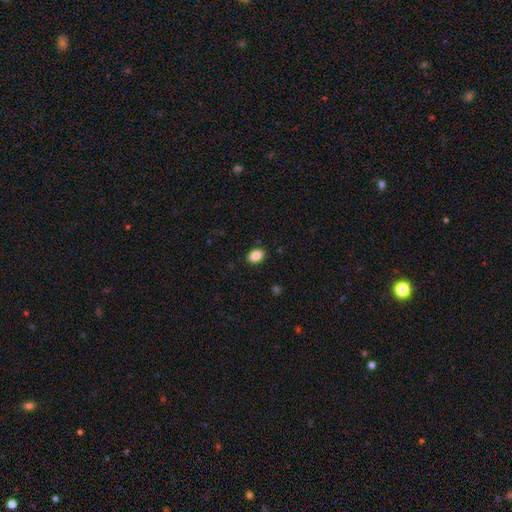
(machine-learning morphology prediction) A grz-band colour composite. It shows a smooth galaxy with no disk features (87%) that is in between round and cigar-shaped (78%). Merging: none (89%).